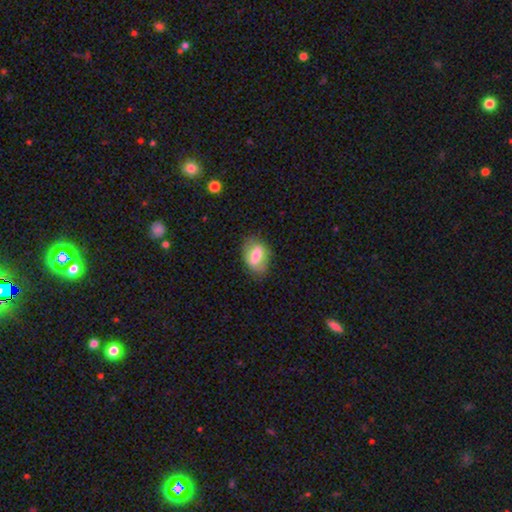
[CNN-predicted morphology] A smooth galaxy with no disk features (62%) that is in between round and cigar-shaped (84%). Merging: none (75%).